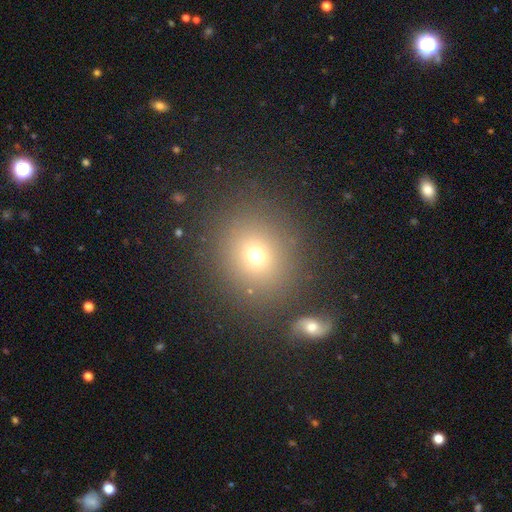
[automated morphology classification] Q: Smooth or featured?
A: smooth (70%); runner-up: star or artifact (18%)
Q: How rounded?
A: round (79%); runner-up: in between (20%)
Q: Merging?
A: none (80%); runner-up: minor disturbance (9%)